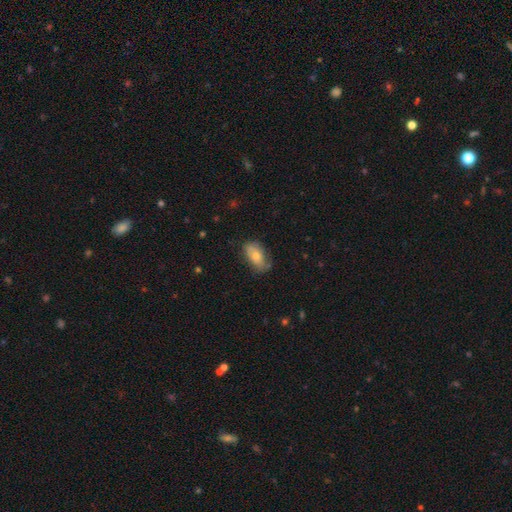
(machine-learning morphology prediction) Smooth or featured? Predicted: smooth (p=0.58). How rounded? Predicted: in between (p=0.89). Merging? Predicted: none (p=0.66).